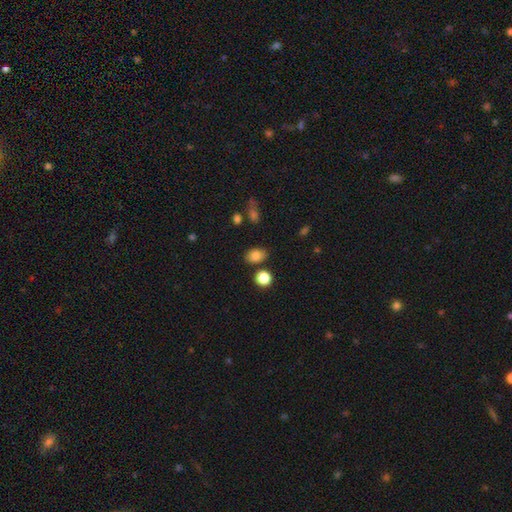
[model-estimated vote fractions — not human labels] Smooth or featured: smooth — 83% (star or artifact — 11%)
How rounded: in between — 67% (round — 32%)
Merging: none — 77% (minor disturbance — 13%)